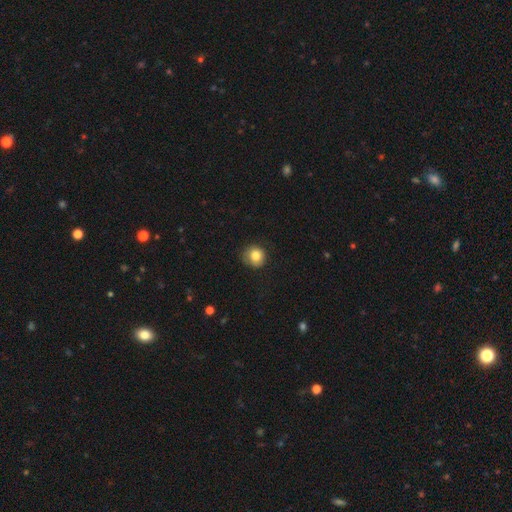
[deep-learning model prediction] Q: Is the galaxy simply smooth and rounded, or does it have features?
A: smooth — 81%.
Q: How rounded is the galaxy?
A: round — 90%.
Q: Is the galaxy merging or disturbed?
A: none — 78%.